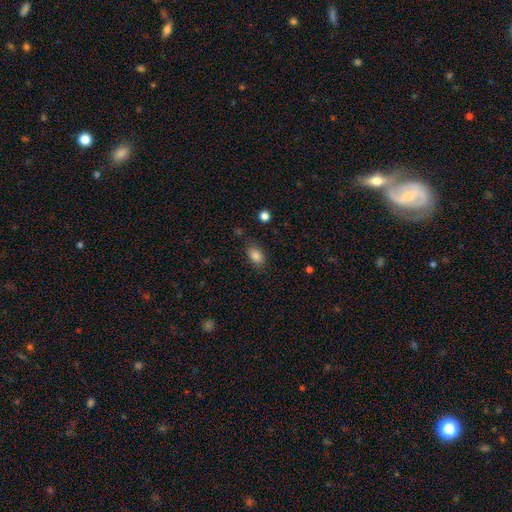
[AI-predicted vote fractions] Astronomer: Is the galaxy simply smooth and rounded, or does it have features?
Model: smooth — 85%.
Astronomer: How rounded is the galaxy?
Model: in between — 83%.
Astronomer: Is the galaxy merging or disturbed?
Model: none — 77%.